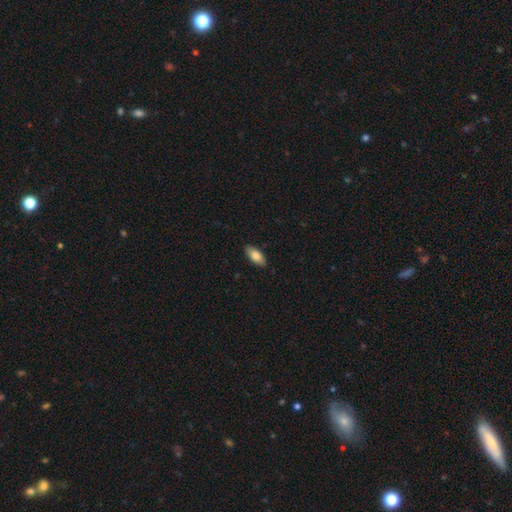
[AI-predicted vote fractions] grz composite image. It shows a smooth galaxy with no disk features (82%) that is in between round and cigar-shaped (89%). Merging: none (89%).